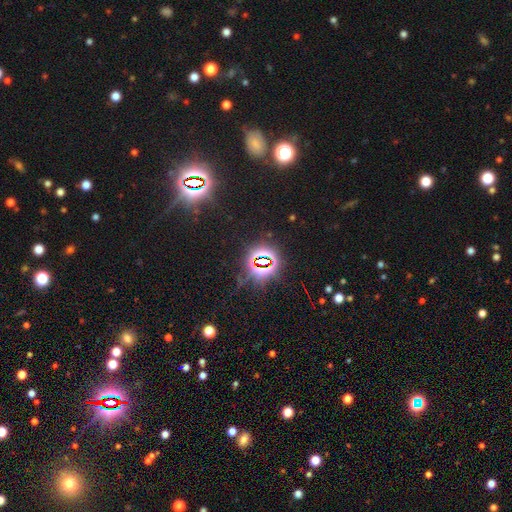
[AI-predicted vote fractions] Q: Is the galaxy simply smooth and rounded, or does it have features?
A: star or artifact — 81%.